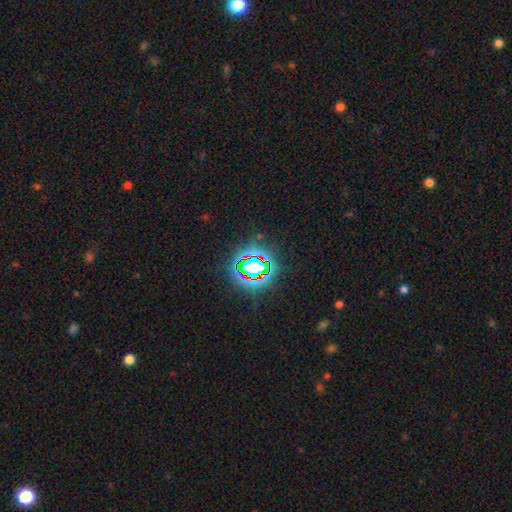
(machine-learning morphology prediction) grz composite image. It shows a star or artifact, not a galaxy (80%).